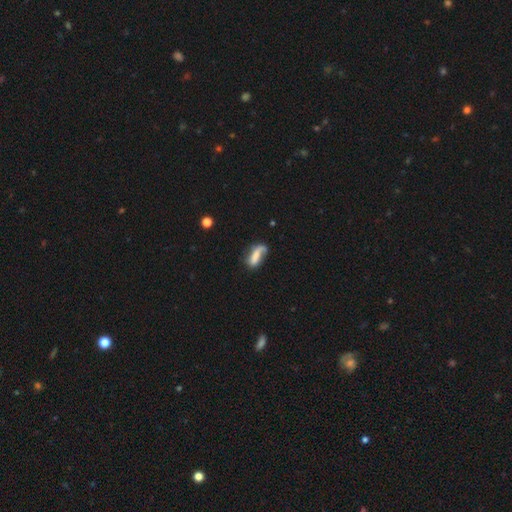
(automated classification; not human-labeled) Overall: smooth (51%; featured or disk 40%). How rounded: in between (68%). Merging: none (40%; minor disturbance 25%).